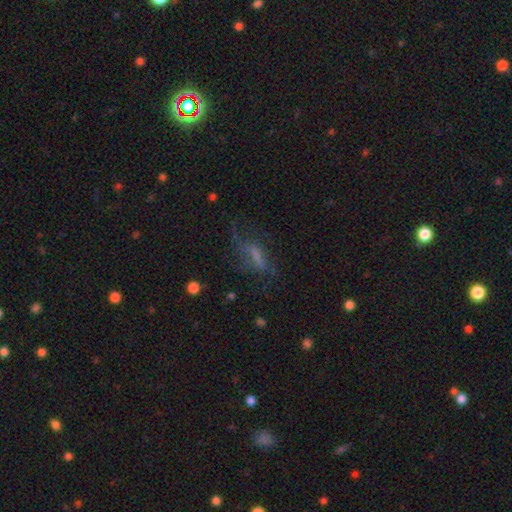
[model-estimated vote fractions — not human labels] Smooth or featured? smooth (42%)
Merging? none (44%)